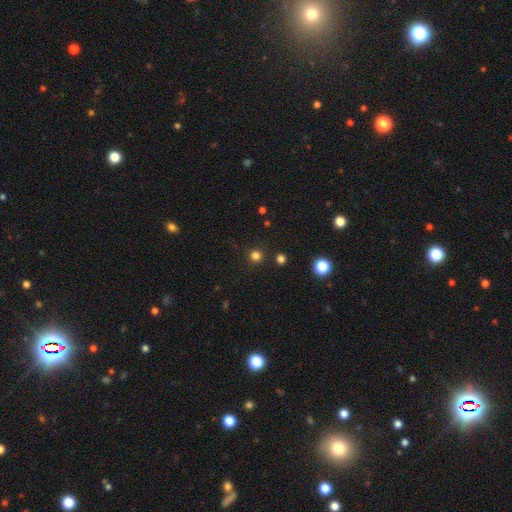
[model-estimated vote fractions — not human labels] smooth_or_featured: smooth (p=0.78) [alt: star or artifact p=0.18]
how_rounded: round (p=0.95) [alt: in between p=0.04]
merging: none (p=0.90) [alt: minor disturbance p=0.05]